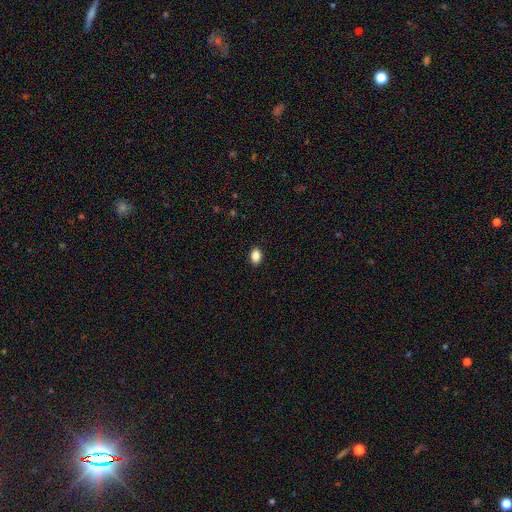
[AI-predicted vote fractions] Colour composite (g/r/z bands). It shows a smooth galaxy with no disk features (86%) that is in between round and cigar-shaped (78%). Merging: none (89%).